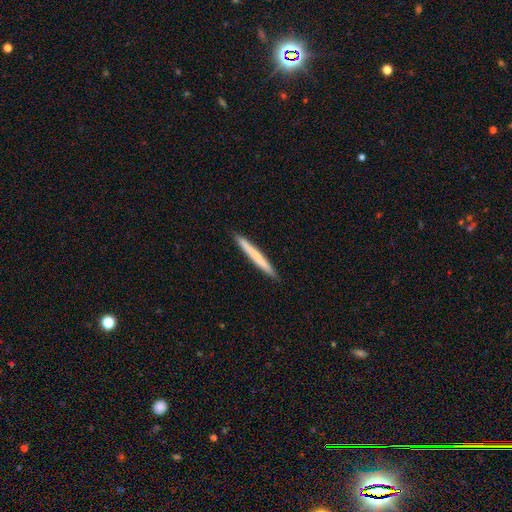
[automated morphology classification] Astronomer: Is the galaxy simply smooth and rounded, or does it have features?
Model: smooth — 65%.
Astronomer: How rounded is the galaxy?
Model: cigar-shaped — 97%.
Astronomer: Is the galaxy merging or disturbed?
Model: none — 93%.